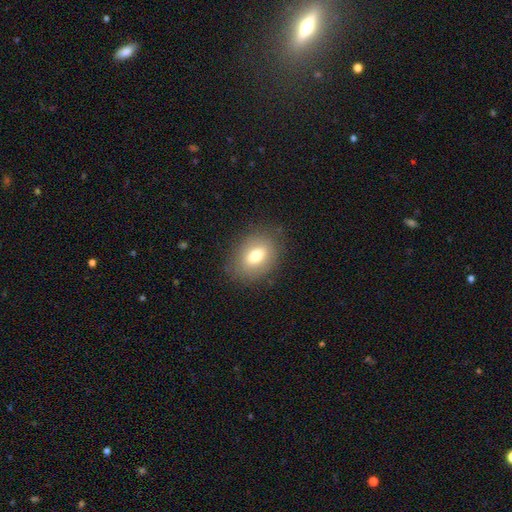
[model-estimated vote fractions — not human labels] Morphology: type=smooth (73%); roundness=in between (76%); merging=none (82%).